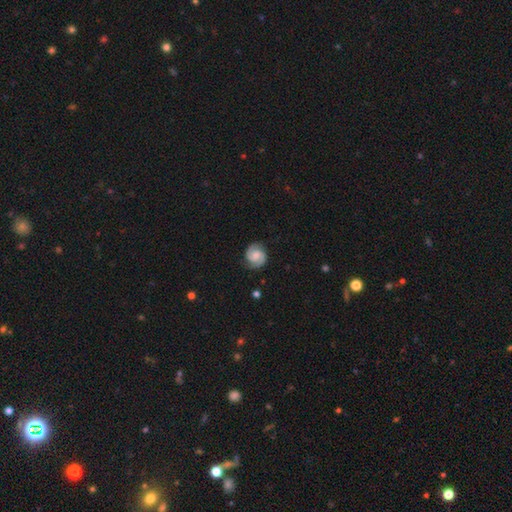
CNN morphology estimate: smooth_or_featured: featured or disk (p=0.80) [alt: smooth p=0.14]
disk_edge_on: no (p=0.98) [alt: yes p=0.02]
bar: no (p=0.49) [alt: weak p=0.41]
has_spiral_arms: yes (p=0.97) [alt: no p=0.03]
spiral_winding: tight (p=0.46) [alt: medium p=0.44]
spiral_arm_count: 2 (p=0.92) [alt: can't tell p=0.03]
bulge_size: moderate (p=0.37) [alt: none p=0.26]
merging: none (p=0.84) [alt: minor disturbance p=0.12]